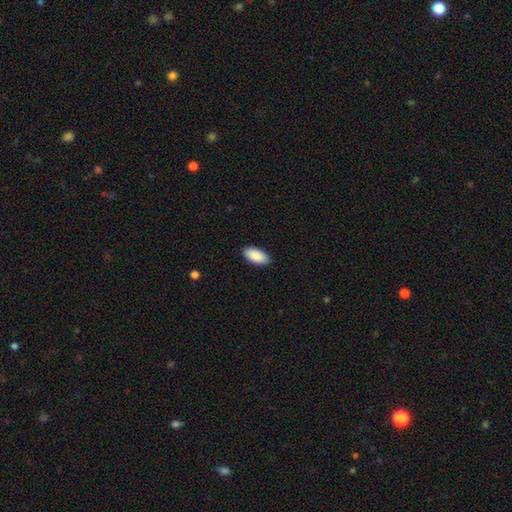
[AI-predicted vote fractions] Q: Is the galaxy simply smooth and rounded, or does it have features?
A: smooth — 91%.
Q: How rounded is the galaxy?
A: in between — 93%.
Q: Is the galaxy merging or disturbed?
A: none — 90%.